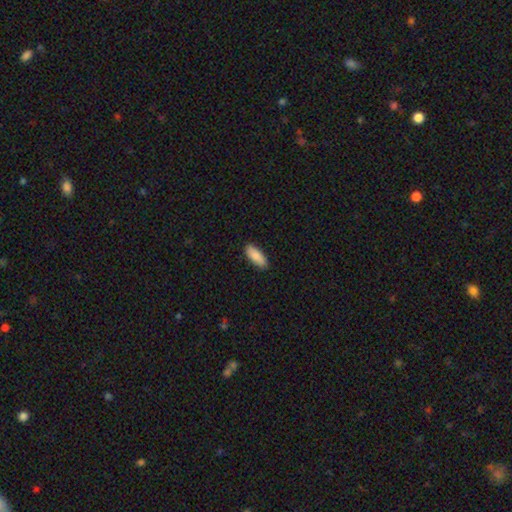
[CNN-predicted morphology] Smooth or featured? Predicted: smooth (p=0.88). How rounded? Predicted: in between (p=0.77). Merging? Predicted: none (p=0.89).